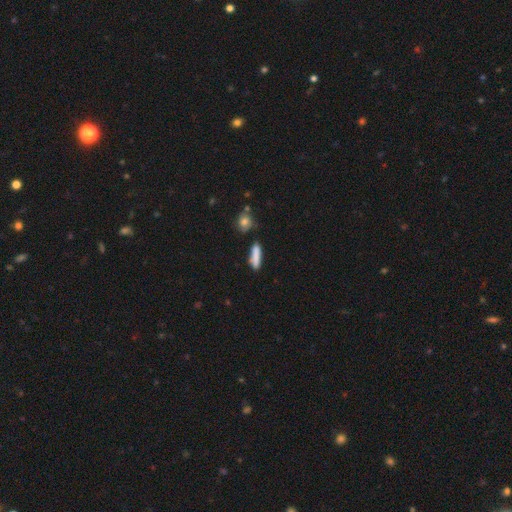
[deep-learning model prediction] A smooth galaxy with no disk features (83%) that is cigar-shaped (75%). Merging: none (76%).